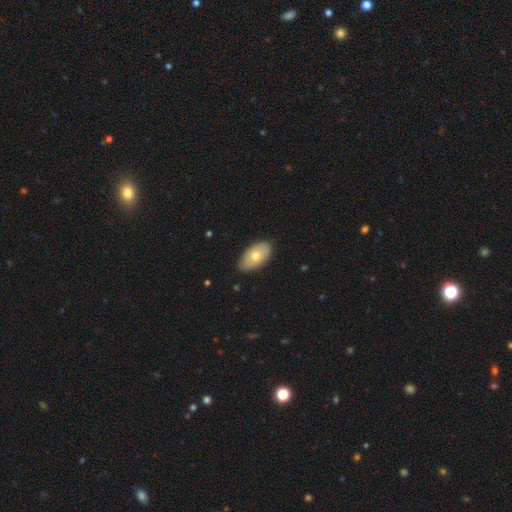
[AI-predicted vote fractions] Smooth or featured?
  - smooth: 66% *
  - featured or disk: 29%
  - star or artifact: 6%
How rounded?
  - in between: 94% *
  - round: 4%
  - cigar-shaped: 2%
Merging?
  - none: 85% *
  - minor disturbance: 12%
  - major disturbance: 2%
  - merger: 1%